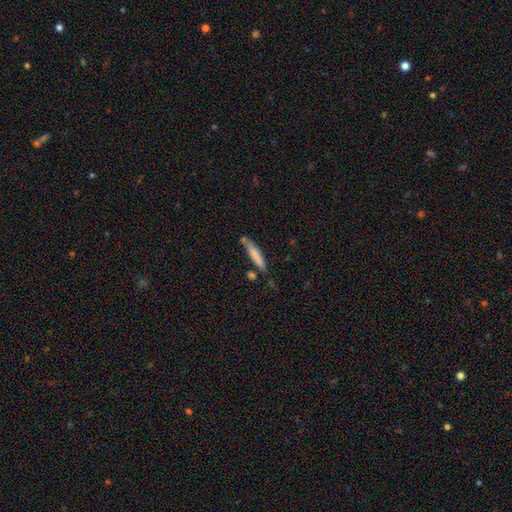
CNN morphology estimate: Q: Smooth or featured?
A: smooth (74%); runner-up: featured or disk (19%)
Q: How rounded?
A: cigar-shaped (87%); runner-up: in between (11%)
Q: Merging?
A: none (62%); runner-up: minor disturbance (21%)